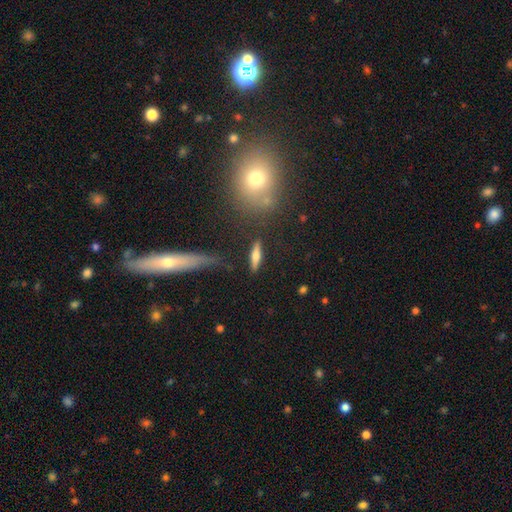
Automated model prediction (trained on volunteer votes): Q: Smooth or featured?
A: smooth (56%); runner-up: featured or disk (36%)
Q: How rounded?
A: cigar-shaped (68%); runner-up: in between (29%)
Q: Merging?
A: none (82%); runner-up: minor disturbance (11%)